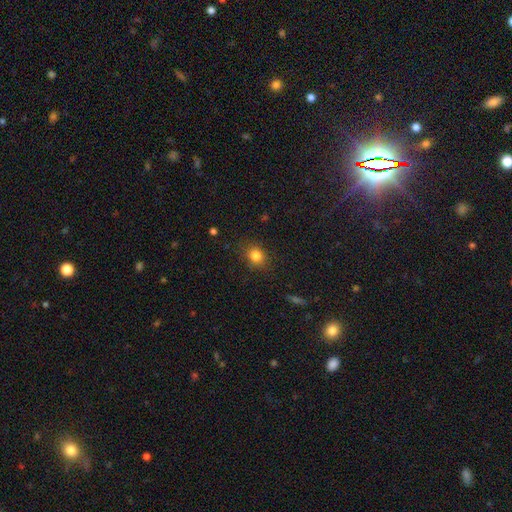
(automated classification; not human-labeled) Smooth or featured: smooth — 82% (star or artifact — 12%)
How rounded: round — 65% (in between — 33%)
Merging: none — 84% (minor disturbance — 11%)